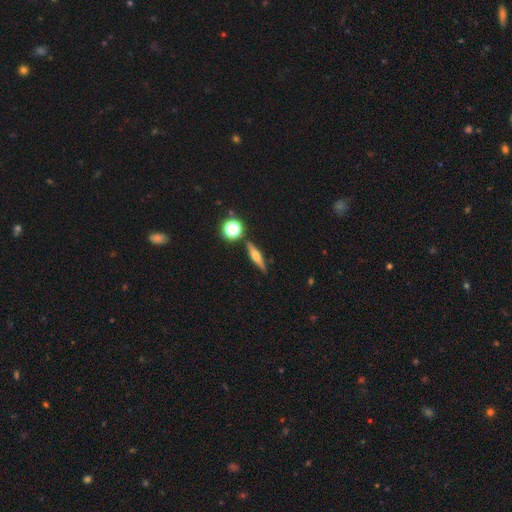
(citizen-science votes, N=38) smooth-or-featured: featured or disk: 53% | smooth: 39% | star or artifact: 8%
  disk-edge-on: yes: 100% | no: 0%
    edge-on-bulge: rounded: 90% | boxy: 5% | none: 5%
  merging: none: 77% | minor disturbance: 17% | merger: 6% | major disturbance: 0%